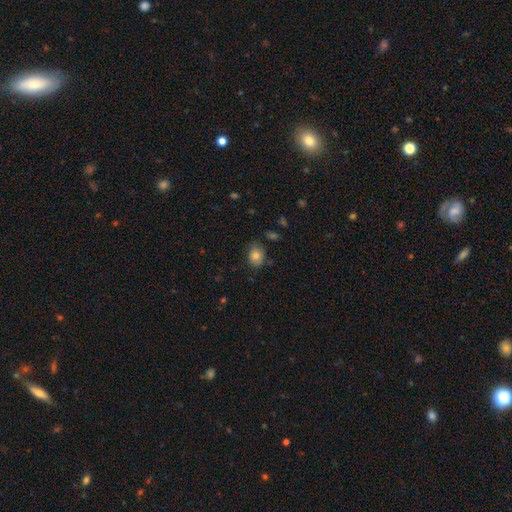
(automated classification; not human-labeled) Smooth or featured: smooth — 80% (featured or disk — 11%)
How rounded: in between — 69% (round — 30%)
Merging: none — 75% (minor disturbance — 20%)